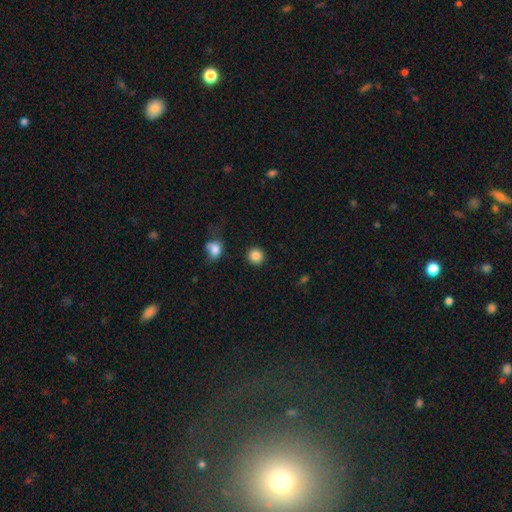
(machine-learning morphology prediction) The model was most divided on "smooth or featured": smooth: 86%, star or artifact: 10%, featured or disk: 4%. More confident: how rounded — round (92%); merging — none (89%).